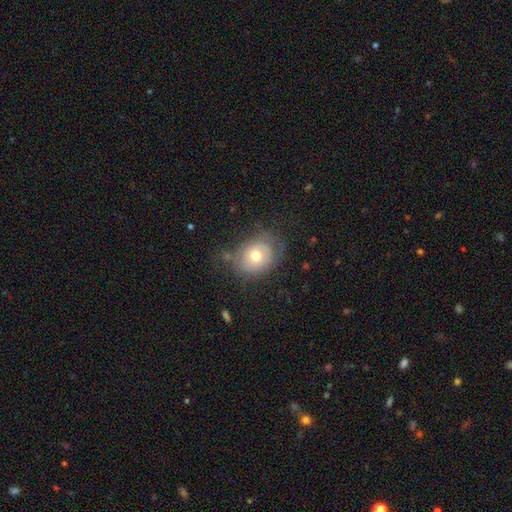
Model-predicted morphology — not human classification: smooth_or_featured: smooth (p=0.54) [alt: featured or disk p=0.37]
how_rounded: round (p=0.56) [alt: in between p=0.43]
merging: none (p=0.59) [alt: minor disturbance p=0.26]